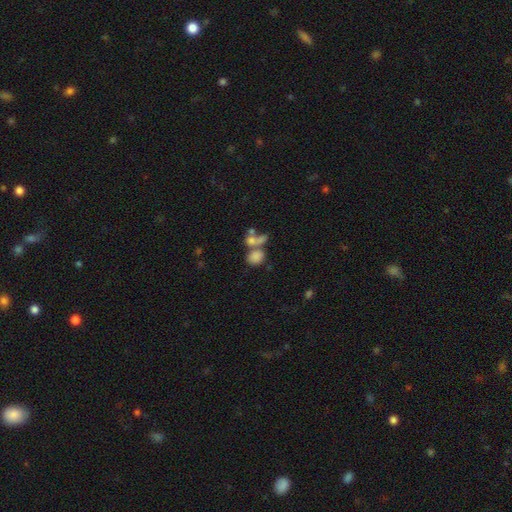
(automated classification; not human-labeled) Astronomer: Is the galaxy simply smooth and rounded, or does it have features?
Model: smooth — 74%.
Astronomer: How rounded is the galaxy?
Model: in between — 51% (runner-up: round, 46%).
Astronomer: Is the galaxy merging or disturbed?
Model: merger — 50% (runner-up: none, 31%).